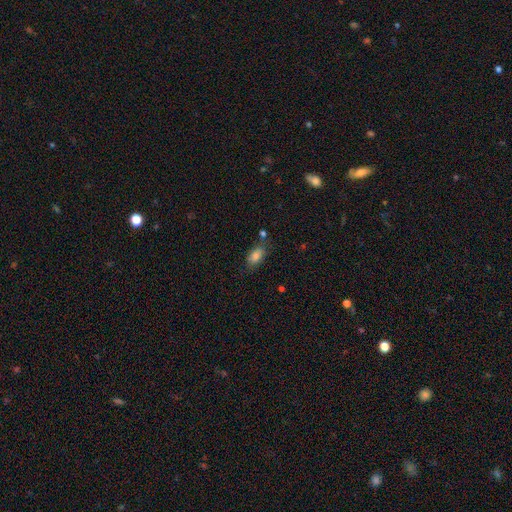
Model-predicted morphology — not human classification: Q: Smooth or featured?
A: smooth (82%); runner-up: featured or disk (10%)
Q: How rounded?
A: in between (90%); runner-up: round (6%)
Q: Merging?
A: none (69%); runner-up: minor disturbance (18%)